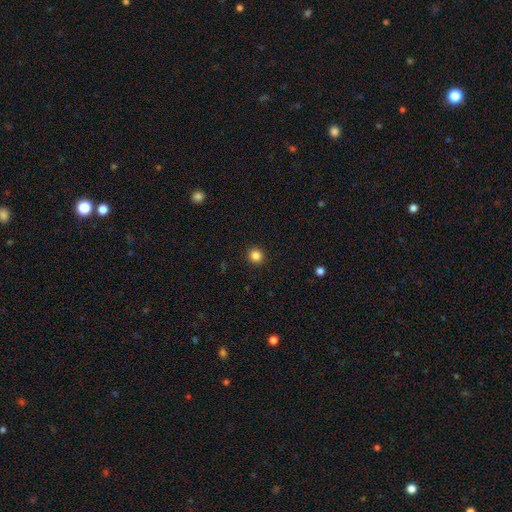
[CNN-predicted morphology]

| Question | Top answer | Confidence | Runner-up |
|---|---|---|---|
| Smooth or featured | smooth | 85% | star or artifact (12%) |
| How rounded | round | 94% | in between (5%) |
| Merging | none | 93% | minor disturbance (5%) |